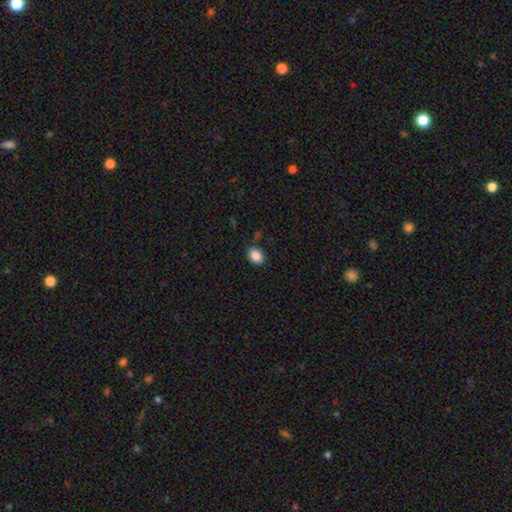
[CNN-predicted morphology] Smooth or featured? smooth (88%)
How rounded? in between (75%)
Merging? none (83%)